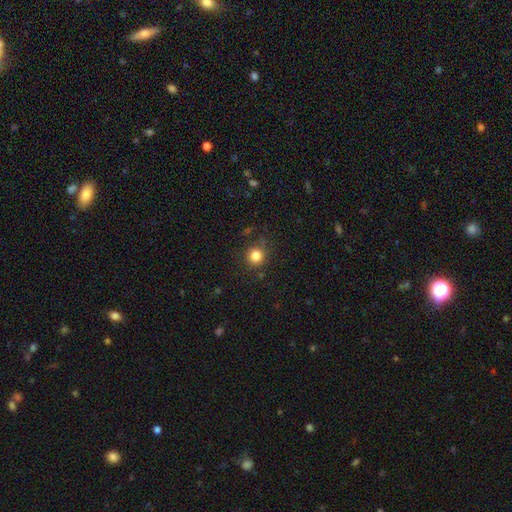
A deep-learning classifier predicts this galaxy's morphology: Overall: smooth (83%). How rounded: round (92%). Merging: none (84%).